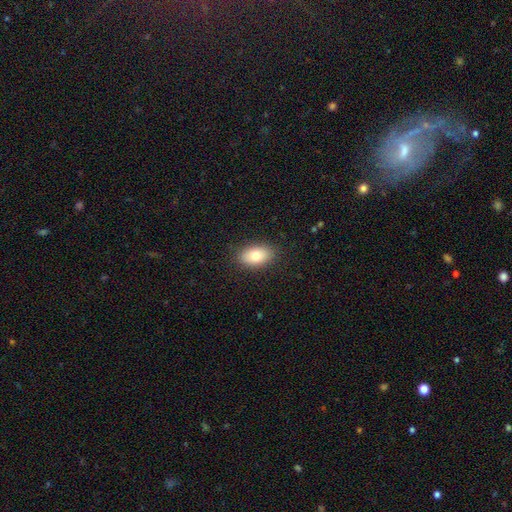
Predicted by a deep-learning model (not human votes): Overall: smooth (78%). How rounded: in between (90%). Merging: none (87%).